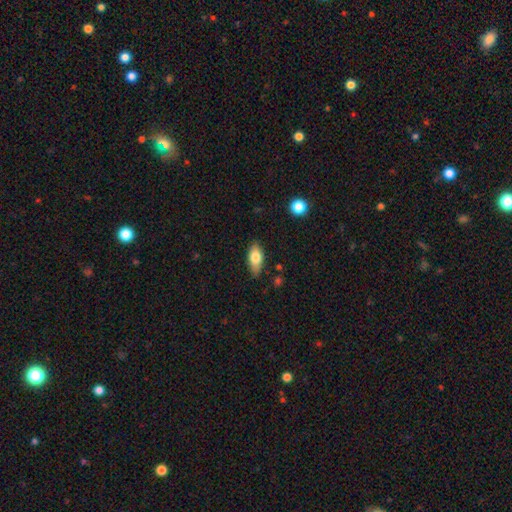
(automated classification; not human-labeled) Morphology: type=smooth (77%); roundness=in between (87%); merging=none (82%).